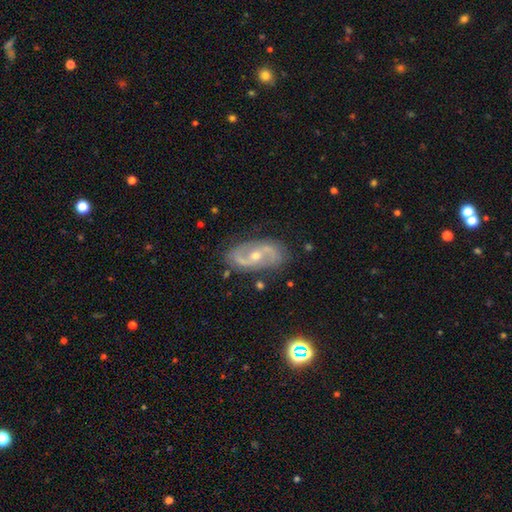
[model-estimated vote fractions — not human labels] This appears to be a featured or disk galaxy (87%) with no bar (47%), 2 (91%) medium (47%) spiral arms (93%) and a moderate central bulge (51%). Merging: none (82%).